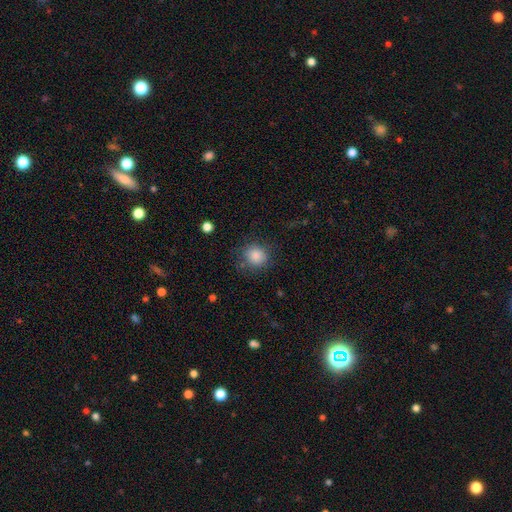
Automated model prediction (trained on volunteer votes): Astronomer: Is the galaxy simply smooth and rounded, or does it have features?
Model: smooth — 85%.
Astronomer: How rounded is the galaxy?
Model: round — 83%.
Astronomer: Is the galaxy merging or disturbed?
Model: none — 76%.